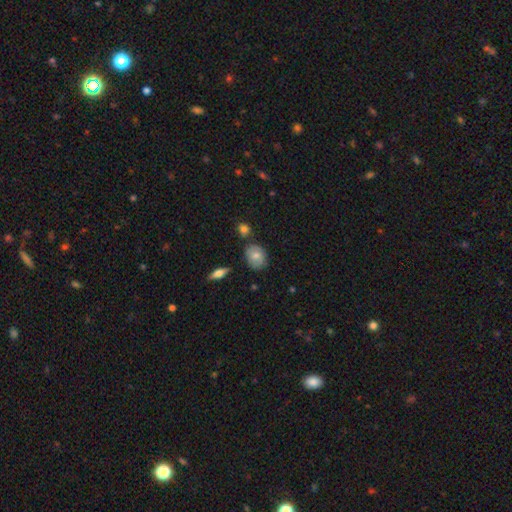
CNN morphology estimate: Smooth or featured? smooth (64%)
How rounded? in between (61%)
Merging? none (73%)